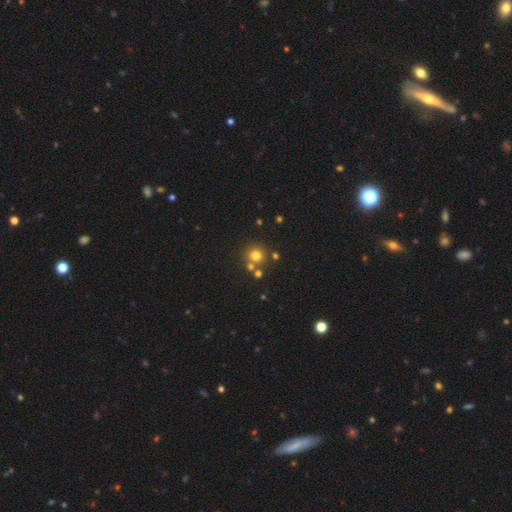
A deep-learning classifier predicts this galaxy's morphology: A smooth galaxy with no disk features (74%) that is round (93%). Merging: none (73%).